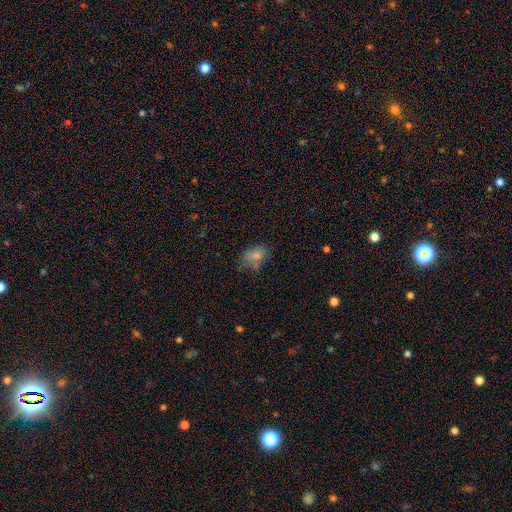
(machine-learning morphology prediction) The model was most divided on "merging": none: 61%, minor disturbance: 24%, major disturbance: 9%, merger: 6%. More confident: how rounded — in between (70%); smooth or featured — smooth (68%).